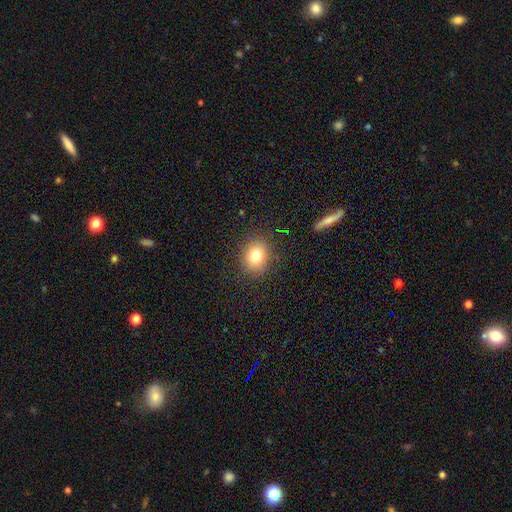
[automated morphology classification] smooth-or-featured: smooth: 79% | star or artifact: 12% | featured or disk: 9%
  how-rounded: round: 62% | in between: 37% | cigar-shaped: 1%
  merging: none: 86% | minor disturbance: 9% | major disturbance: 3% | merger: 1%